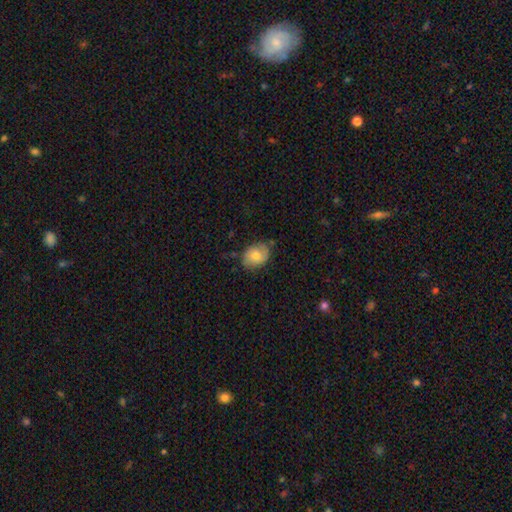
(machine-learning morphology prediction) Overall: smooth (64%; featured or disk 28%). How rounded: in between (68%; round 31%). Merging: none (70%).